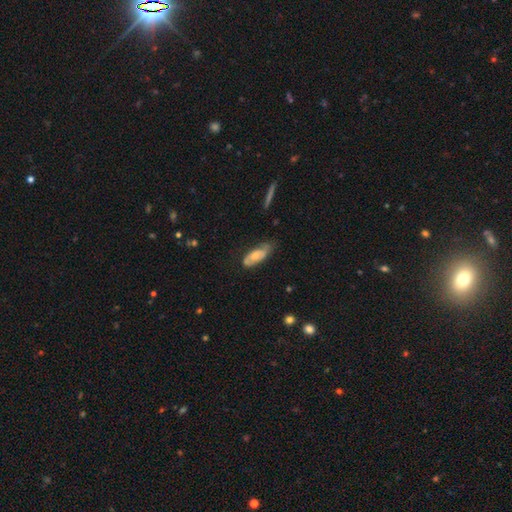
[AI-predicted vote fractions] A featured or disk galaxy (48%).

Vote fractions:
- Smooth or featured? featured or disk: 48% / smooth: 46% / star or artifact: 7%
- Merging? none: 58% / minor disturbance: 30% / major disturbance: 10% / merger: 3%